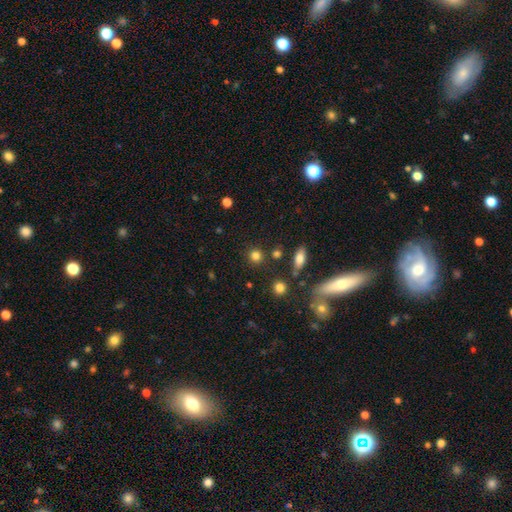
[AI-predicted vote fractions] A smooth galaxy with no disk features (81%) that is round (89%).

Vote fractions:
- Smooth or featured? smooth: 81% / star or artifact: 13% / featured or disk: 6%
- How rounded? round: 89% / in between: 9% / cigar-shaped: 1%
- Merging? none: 85% / minor disturbance: 7% / merger: 5% / major disturbance: 3%